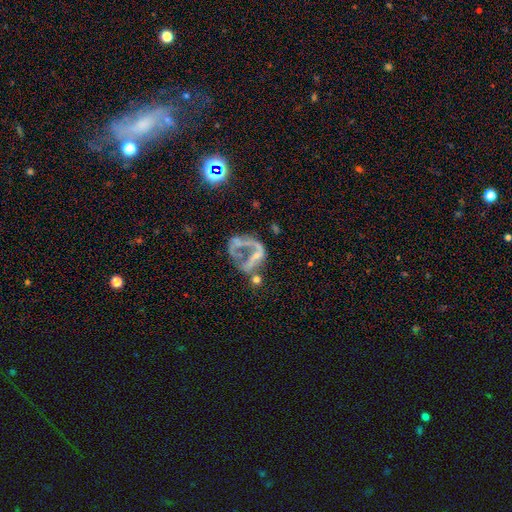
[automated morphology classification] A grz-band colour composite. It shows a featured or disk galaxy (62%) with no bar (67%), no spiral arms (75%) and no central bulge (62%). Merging: major disturbance (40%).